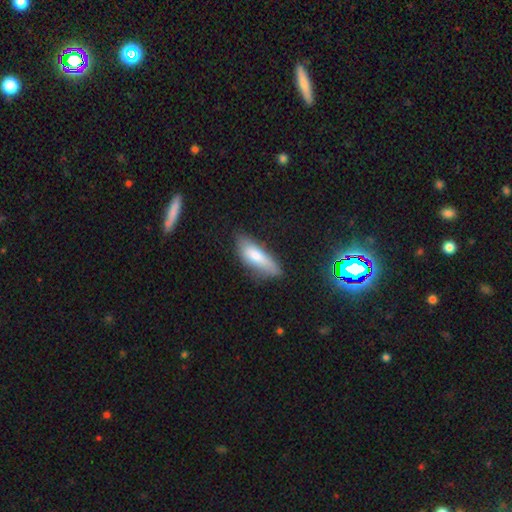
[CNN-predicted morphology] Smooth or featured: smooth — 73% (featured or disk — 19%)
How rounded: in between — 59% (cigar-shaped — 39%)
Merging: none — 60% (minor disturbance — 29%)